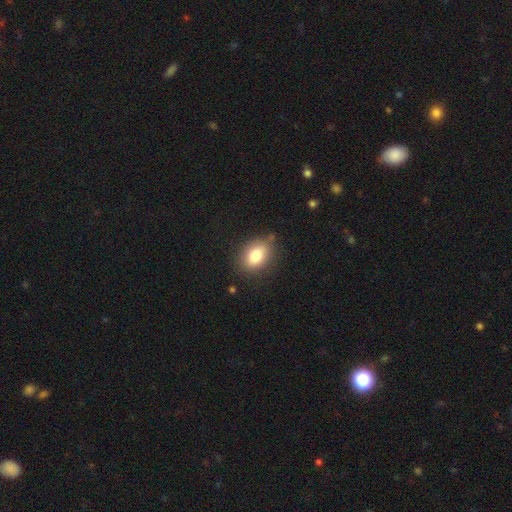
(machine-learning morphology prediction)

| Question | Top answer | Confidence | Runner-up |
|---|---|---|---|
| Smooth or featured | smooth | 82% | featured or disk (10%) |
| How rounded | in between | 78% | round (21%) |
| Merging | none | 78% | minor disturbance (15%) |